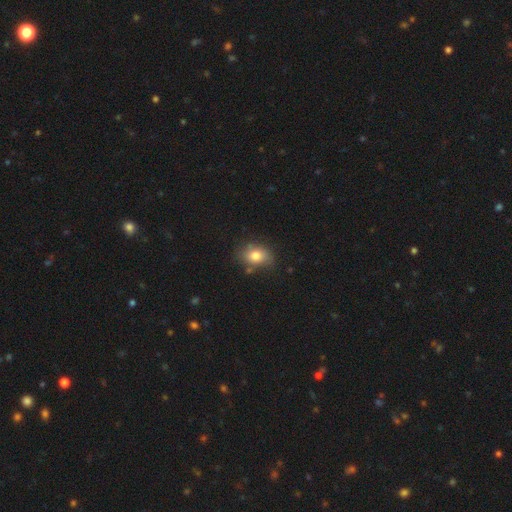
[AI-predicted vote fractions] smooth-or-featured: smooth: 79% | featured or disk: 11% | star or artifact: 10%
  how-rounded: in between: 71% | round: 28% | cigar-shaped: 1%
  merging: none: 72% | minor disturbance: 19% | merger: 4% | major disturbance: 4%